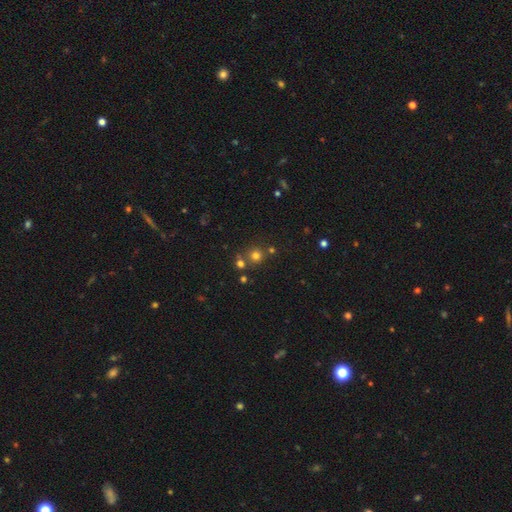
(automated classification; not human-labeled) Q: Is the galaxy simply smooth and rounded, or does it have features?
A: smooth — 71%.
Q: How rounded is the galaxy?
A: round — 92%.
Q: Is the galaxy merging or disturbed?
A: none — 73%.